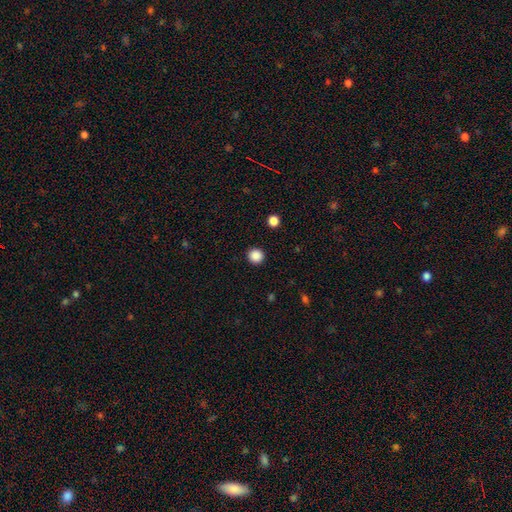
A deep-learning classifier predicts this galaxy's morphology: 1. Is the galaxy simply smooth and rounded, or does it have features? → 87% smooth, 10% star or artifact, 2% featured or disk.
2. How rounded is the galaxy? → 94% round, 5% in between, 1% cigar-shaped.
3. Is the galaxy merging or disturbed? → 93% none, 5% minor disturbance, 2% major disturbance, 1% merger.